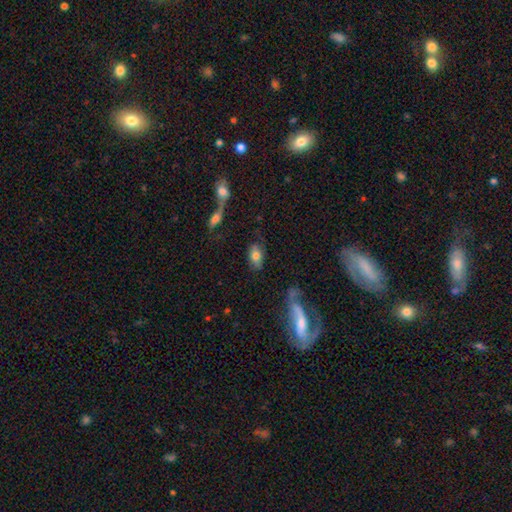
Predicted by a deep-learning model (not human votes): smooth-or-featured: smooth: 72% | featured or disk: 20% | star or artifact: 8%
  how-rounded: in between: 90% | round: 6% | cigar-shaped: 4%
  merging: none: 68% | minor disturbance: 18% | major disturbance: 8% | merger: 6%